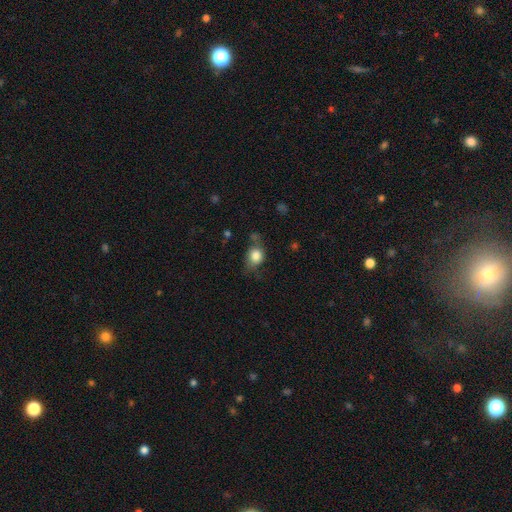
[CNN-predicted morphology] Overall: smooth (82%). How rounded: round (51%; in between 47%). Merging: none (50%; minor disturbance 30%).